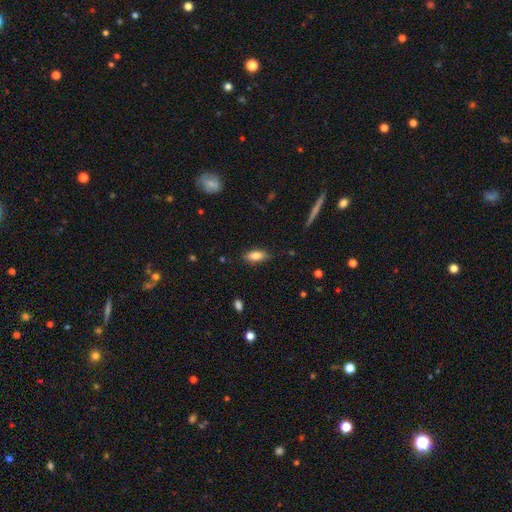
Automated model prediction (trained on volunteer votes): Smooth or featured?
  - smooth: 82% *
  - featured or disk: 11%
  - star or artifact: 7%
How rounded?
  - in between: 83% *
  - cigar-shaped: 14%
  - round: 3%
Merging?
  - none: 83% *
  - minor disturbance: 13%
  - major disturbance: 3%
  - merger: 1%